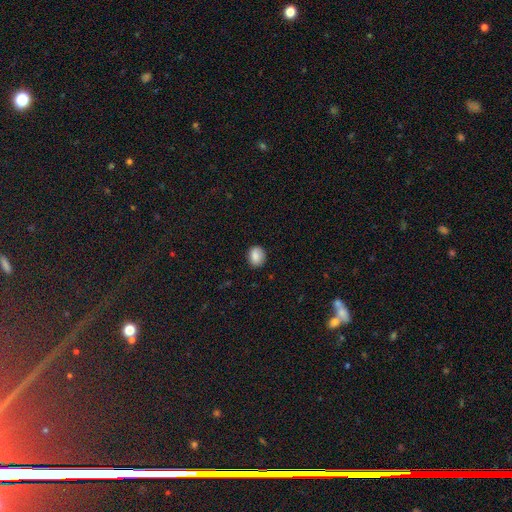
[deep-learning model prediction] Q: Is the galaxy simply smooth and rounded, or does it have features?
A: smooth — 87%.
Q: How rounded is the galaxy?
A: round — 56%.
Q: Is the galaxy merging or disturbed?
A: none — 86%.